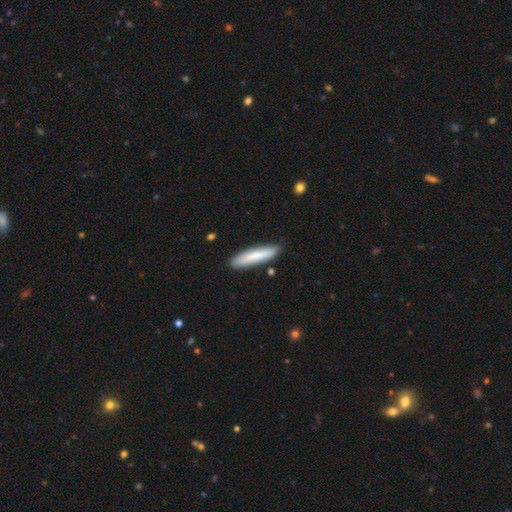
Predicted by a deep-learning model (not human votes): smooth-or-featured: smooth: 76% | featured or disk: 18% | star or artifact: 6%
  how-rounded: cigar-shaped: 88% | in between: 11% | round: 1%
  merging: none: 86% | minor disturbance: 10% | merger: 2% | major disturbance: 2%